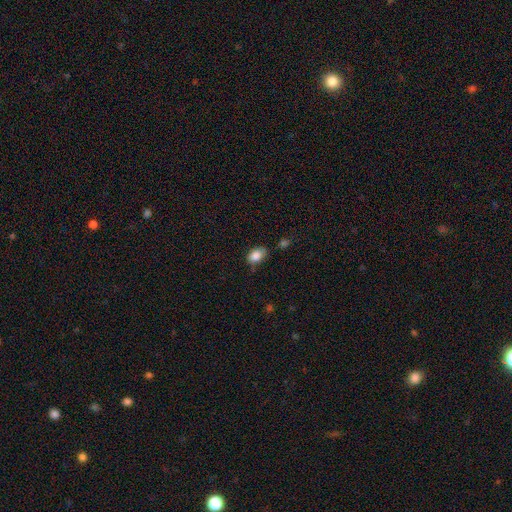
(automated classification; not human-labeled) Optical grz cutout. It shows a smooth galaxy with no disk features (86%) that is in between round and cigar-shaped (82%). Merging: none (66%).